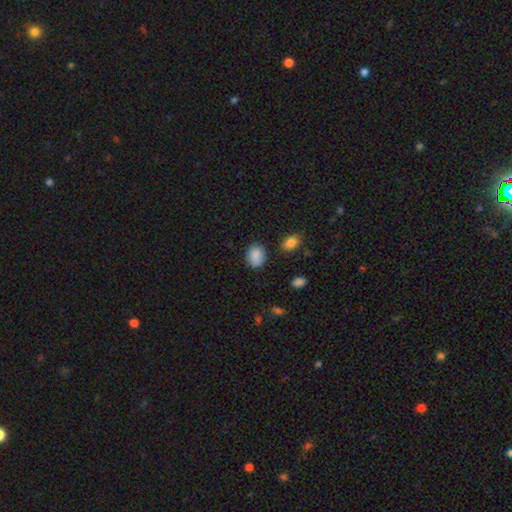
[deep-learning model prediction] Q: Smooth or featured?
A: smooth (88%); runner-up: star or artifact (8%)
Q: How rounded?
A: in between (58%); runner-up: round (41%)
Q: Merging?
A: none (80%); runner-up: minor disturbance (14%)